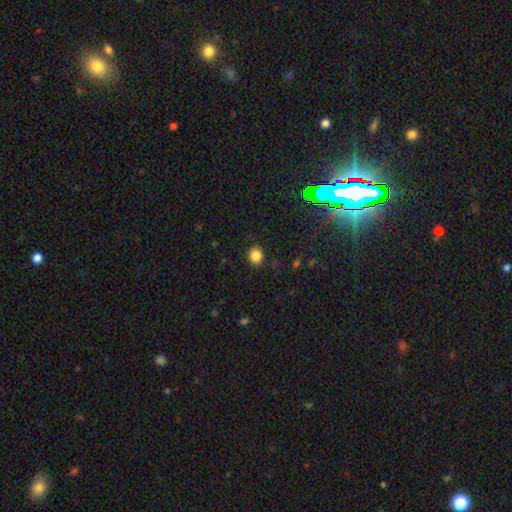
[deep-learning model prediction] The model was most divided on "how rounded": round: 72%, in between: 27%, cigar-shaped: 1%. More confident: merging — none (87%); smooth or featured — smooth (83%).